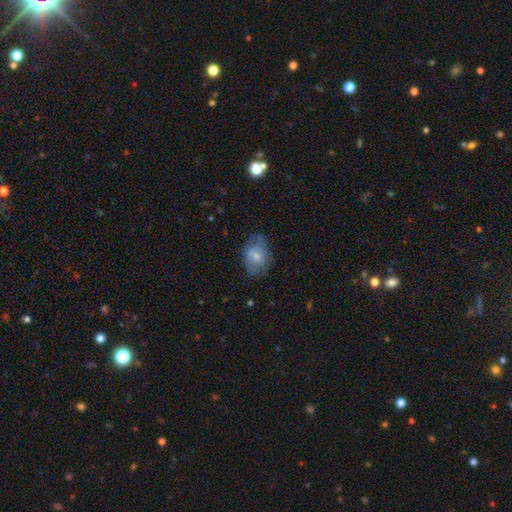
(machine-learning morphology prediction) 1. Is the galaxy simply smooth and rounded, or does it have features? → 66% smooth, 26% featured or disk, 7% star or artifact.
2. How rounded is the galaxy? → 77% in between, 22% round, 1% cigar-shaped.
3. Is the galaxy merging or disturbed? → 57% none, 29% minor disturbance, 12% major disturbance, 2% merger.